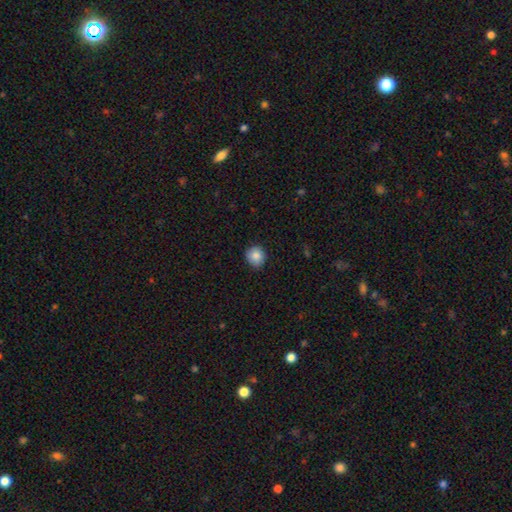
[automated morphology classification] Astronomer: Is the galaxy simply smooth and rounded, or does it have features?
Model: smooth — 85%.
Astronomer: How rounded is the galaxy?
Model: round — 87%.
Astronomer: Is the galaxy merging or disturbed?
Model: none — 84%.